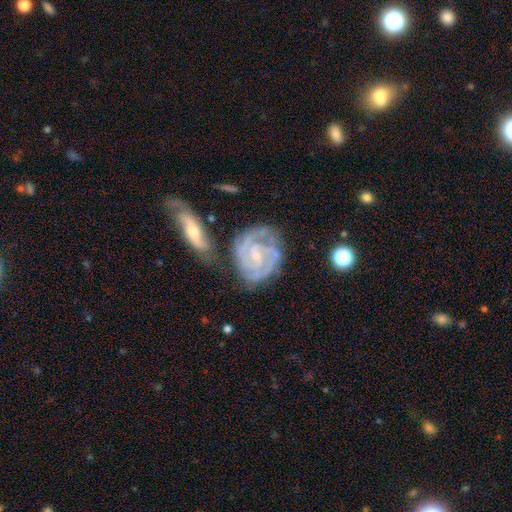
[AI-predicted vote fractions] Smooth or featured?
  - featured or disk: 88% *
  - smooth: 7%
  - star or artifact: 5%
Edge-on disk?
  - no: 97% *
  - yes: 3%
Bar?
  - weak: 44% *
  - no: 42%
  - strong: 14%
Spiral arms?
  - yes: 97% *
  - no: 3%
Spiral winding?
  - tight: 65% *
  - medium: 30%
  - loose: 5%
Spiral arm count?
  - 2: 43% *
  - 3: 26%
  - can't tell: 16%
  - 4: 6%
  - 1: 4%
  - more than 4: 4%
Bulge size?
  - small: 70% *
  - moderate: 22%
  - none: 6%
  - large: 1%
  - dominant: 1%
Merging?
  - none: 56% *
  - minor disturbance: 20%
  - merger: 15%
  - major disturbance: 9%